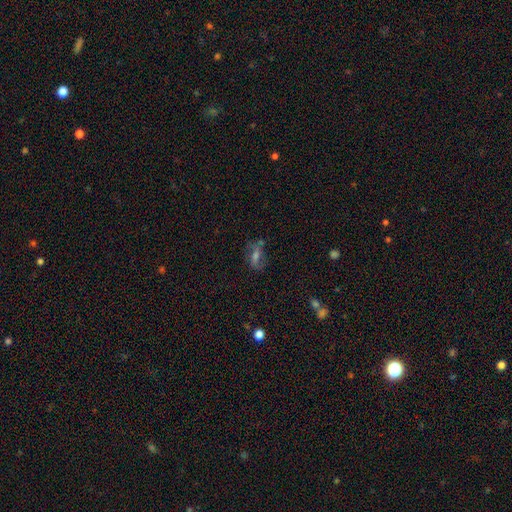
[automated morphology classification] This is possibly a featured or disk galaxy (49%). Merging: likely none (66%).